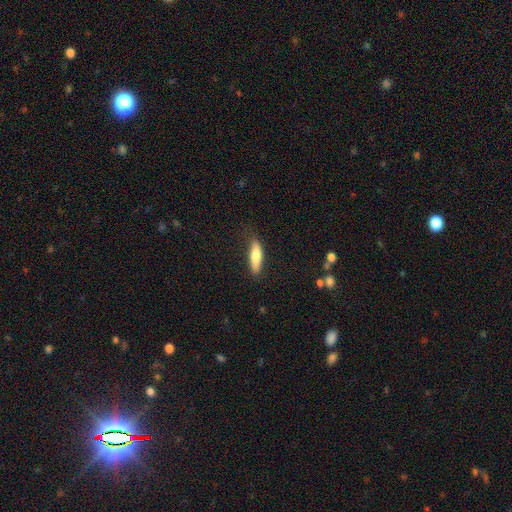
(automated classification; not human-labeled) Smooth or featured?
  - smooth: 76% *
  - featured or disk: 18%
  - star or artifact: 6%
How rounded?
  - cigar-shaped: 62% *
  - in between: 37%
  - round: 2%
Merging?
  - none: 76% *
  - minor disturbance: 19%
  - major disturbance: 4%
  - merger: 1%